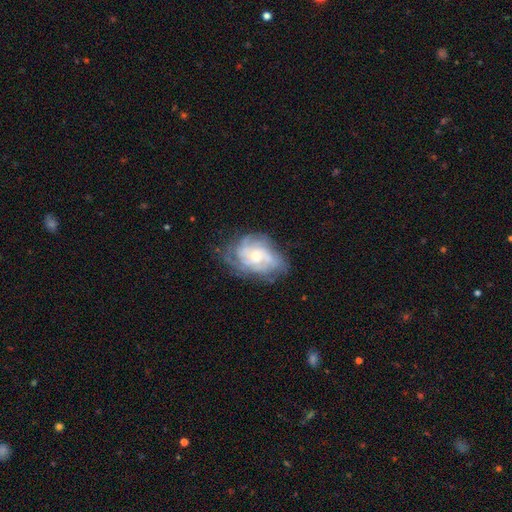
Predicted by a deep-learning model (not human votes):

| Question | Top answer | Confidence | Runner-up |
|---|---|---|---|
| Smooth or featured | featured or disk | 80% | smooth (14%) |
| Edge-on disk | no | 97% | yes (3%) |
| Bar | no | 71% | weak (25%) |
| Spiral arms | yes | 92% | no (8%) |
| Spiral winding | tight | 57% | medium (33%) |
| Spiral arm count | can't tell | 40% | 4 (19%) |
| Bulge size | moderate | 51% | small (38%) |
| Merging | none | 66% | minor disturbance (22%) |